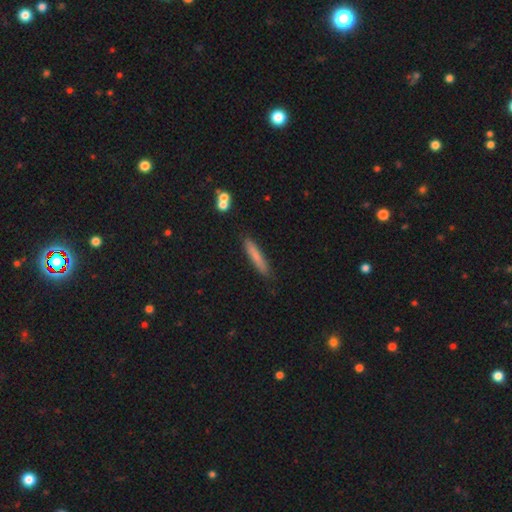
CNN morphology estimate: Smooth or featured?
  - smooth: 76% *
  - featured or disk: 17%
  - star or artifact: 7%
How rounded?
  - cigar-shaped: 93% *
  - in between: 6%
  - round: 1%
Merging?
  - none: 86% *
  - minor disturbance: 10%
  - merger: 2%
  - major disturbance: 2%